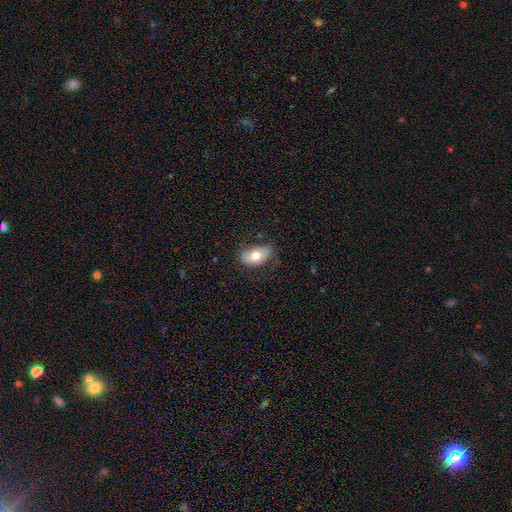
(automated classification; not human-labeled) smooth 70%, featured or disk 23%, star or artifact 7%. Down the decision tree: how rounded — in between (90%); merging — none (69%).